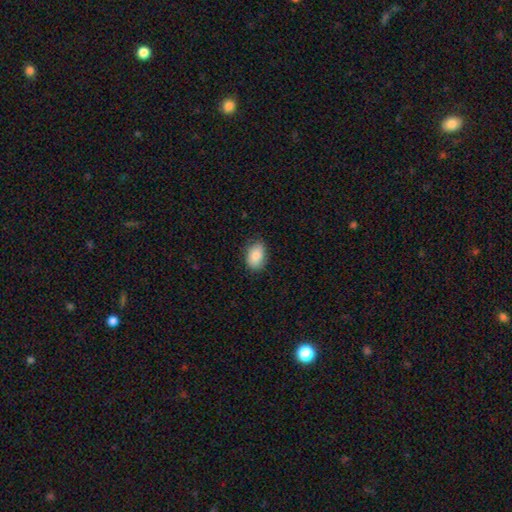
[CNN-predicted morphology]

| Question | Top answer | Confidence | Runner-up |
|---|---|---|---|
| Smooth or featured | smooth | 86% | star or artifact (7%) |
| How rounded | in between | 86% | round (13%) |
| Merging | none | 80% | minor disturbance (16%) |